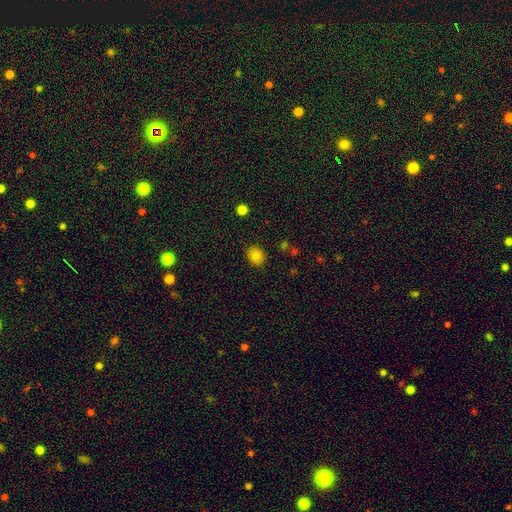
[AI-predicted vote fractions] Overall: smooth (83%). How rounded: round (62%; in between 37%). Merging: none (87%).